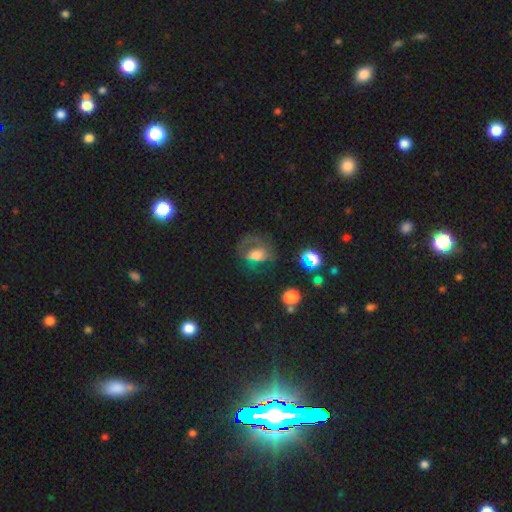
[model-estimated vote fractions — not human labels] Q: Smooth or featured?
A: featured or disk (53%); runner-up: smooth (32%)
Q: Edge-on disk?
A: no (96%); runner-up: yes (4%)
Q: Bar?
A: no (50%); runner-up: weak (33%)
Q: Spiral arms?
A: yes (58%); runner-up: no (42%)
Q: Bulge size?
A: moderate (47%); runner-up: large (22%)
Q: Merging?
A: none (48%); runner-up: major disturbance (28%)